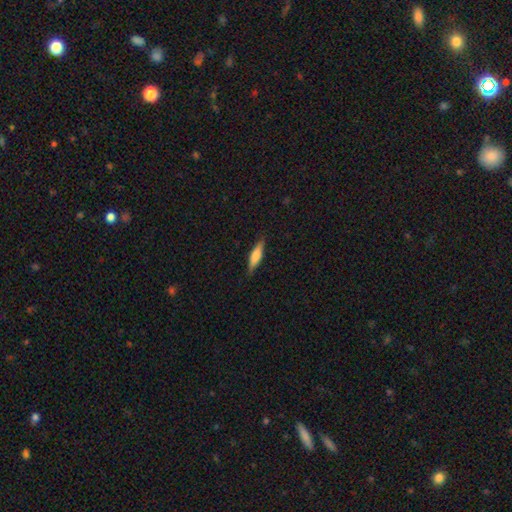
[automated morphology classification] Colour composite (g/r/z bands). It shows a smooth galaxy with no disk features (61%) that is cigar-shaped (70%). Merging: none (85%).